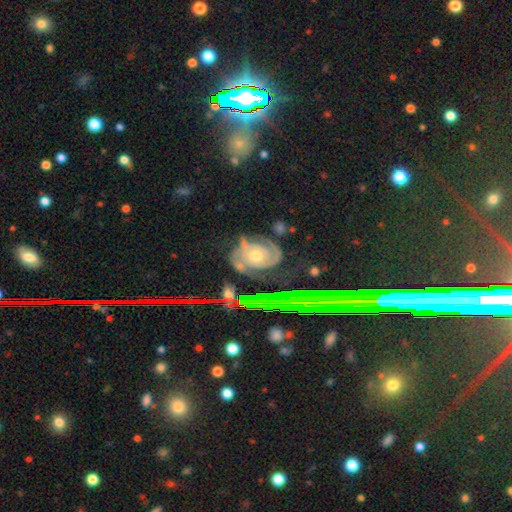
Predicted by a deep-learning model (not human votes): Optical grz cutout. It shows a featured or disk galaxy (80%) with no bar (78%), 2 (39%) tight (64%) spiral arms (94%) and a moderate central bulge (64%). Merging: none (57%).